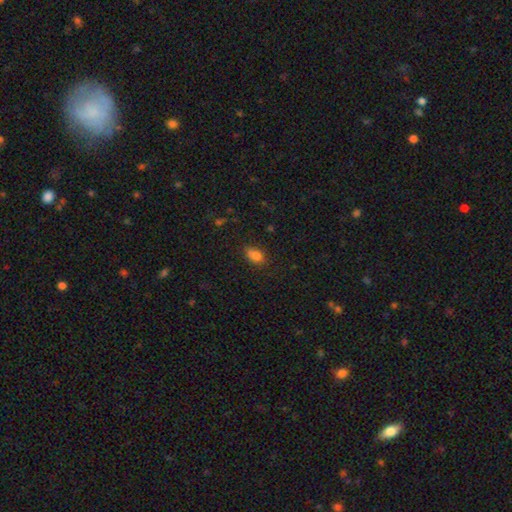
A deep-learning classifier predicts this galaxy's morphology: Smooth or featured: smooth — 81% (star or artifact — 12%)
How rounded: in between — 81% (round — 15%)
Merging: none — 63% (minor disturbance — 26%)